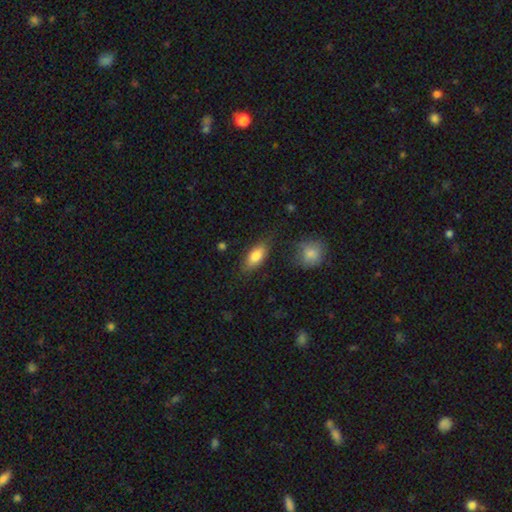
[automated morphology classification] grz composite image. It shows a smooth galaxy with no disk features (81%) that is in between round and cigar-shaped (85%). Merging: none (74%).